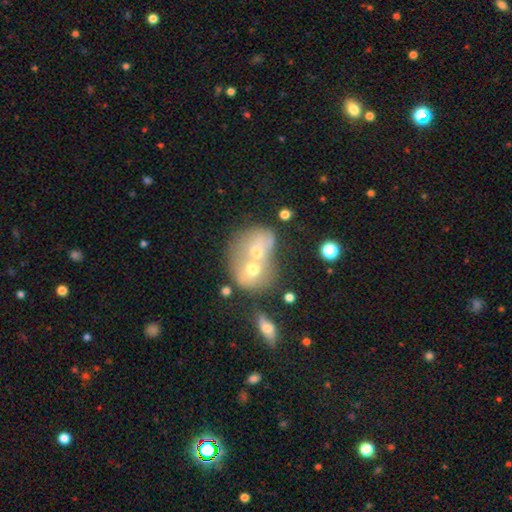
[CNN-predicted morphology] Overall: smooth (48%; featured or disk 39%). Merging: merger (74%).